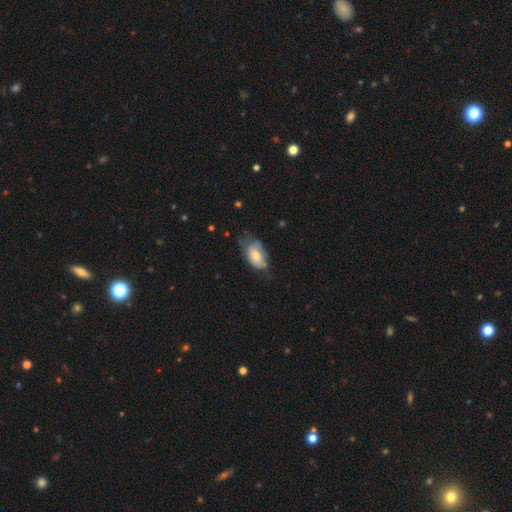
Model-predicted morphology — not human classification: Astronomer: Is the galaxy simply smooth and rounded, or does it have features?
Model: smooth — 70%.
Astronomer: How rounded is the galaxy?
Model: in between — 92%.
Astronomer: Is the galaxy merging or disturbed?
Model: minor disturbance — 40%, tied with none at 40%.